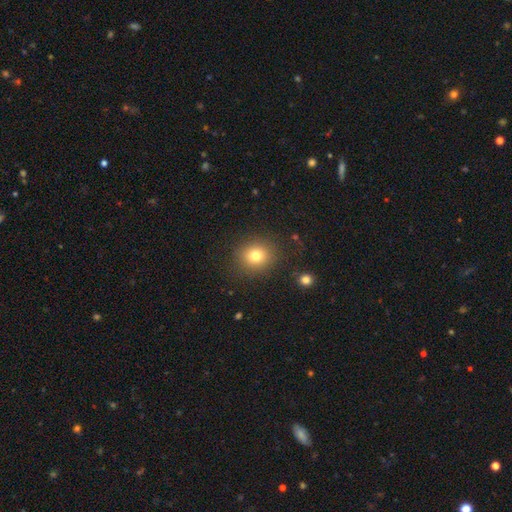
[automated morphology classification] smooth 77%, star or artifact 14%, featured or disk 9%. Down the decision tree: how rounded — round (80%); merging — none (87%).